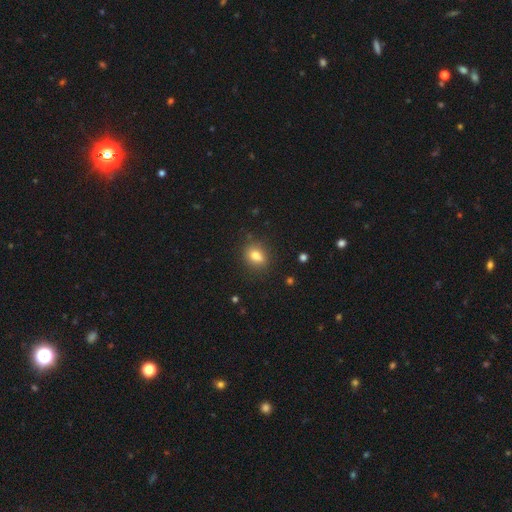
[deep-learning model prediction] smooth 78%, featured or disk 11%, star or artifact 11%. Down the decision tree: how rounded — in between (58%); merging — none (81%).